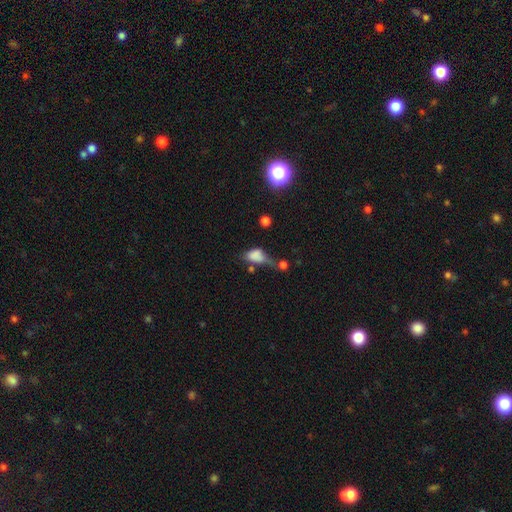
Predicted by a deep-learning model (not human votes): Overall: smooth (71%). How rounded: in between (80%). Merging: merger (30%; major disturbance 27%).